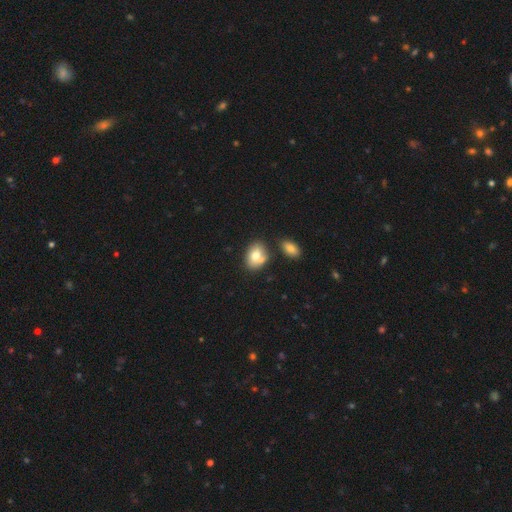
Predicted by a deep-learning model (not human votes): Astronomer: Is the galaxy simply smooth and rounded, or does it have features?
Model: smooth — 74%.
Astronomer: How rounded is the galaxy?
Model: in between — 69%.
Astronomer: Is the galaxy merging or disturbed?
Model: none — 58%.